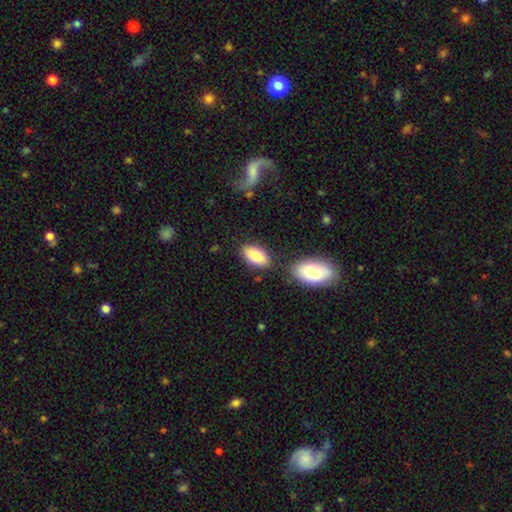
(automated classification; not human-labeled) A smooth galaxy with no disk features (83%) that is in between round and cigar-shaped (92%).

Vote fractions:
- Smooth or featured? smooth: 83% / featured or disk: 11% / star or artifact: 6%
- How rounded? in between: 92% / cigar-shaped: 5% / round: 4%
- Merging? none: 77% / minor disturbance: 11% / merger: 9% / major disturbance: 3%